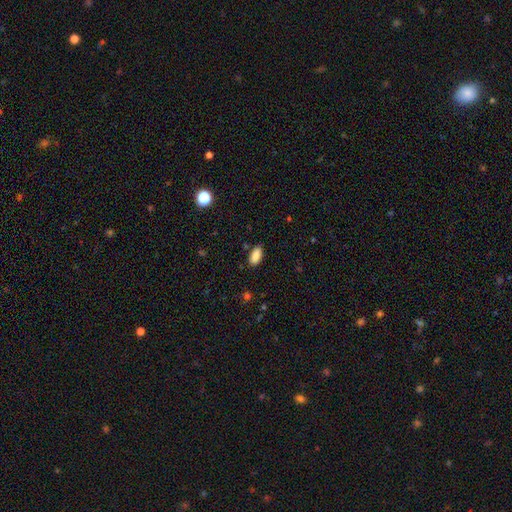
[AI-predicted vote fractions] The model was most divided on "merging": none: 85%, minor disturbance: 11%, major disturbance: 2%, merger: 2%. More confident: how rounded — in between (92%); smooth or featured — smooth (88%).